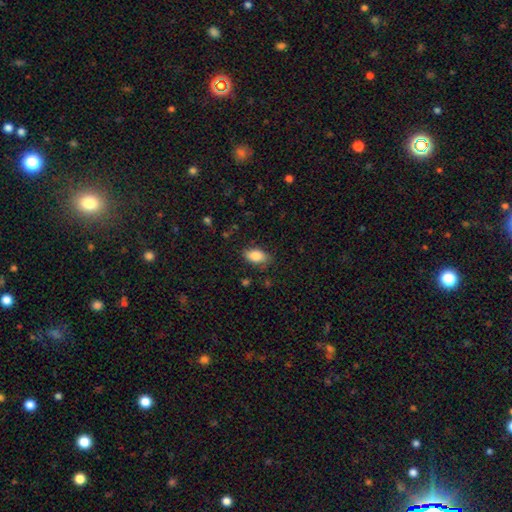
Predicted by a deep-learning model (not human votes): A smooth galaxy with no disk features (86%) that is in between round and cigar-shaped (92%). Merging: none (78%).